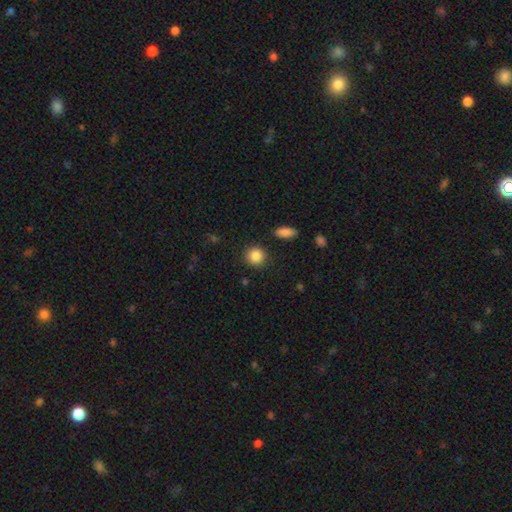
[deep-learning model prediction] Smooth or featured? smooth (87%)
How rounded? round (88%)
Merging? none (89%)